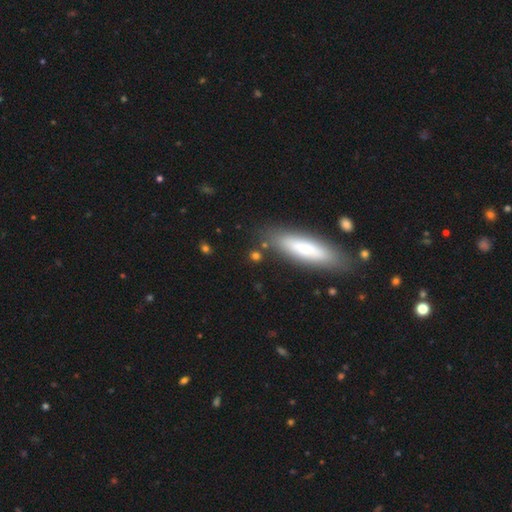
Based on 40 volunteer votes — This appears to be a smooth galaxy with no disk features (57%) that is cigar-shaped (48%). Merging: none (79%).